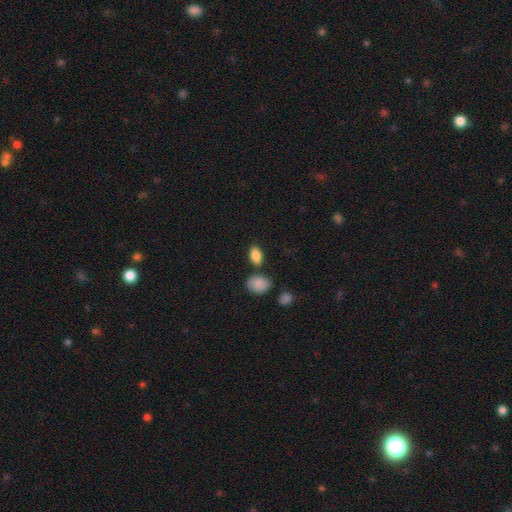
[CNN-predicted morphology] A smooth galaxy with no disk features (87%) that is in between round and cigar-shaped (90%).

Vote fractions:
- Smooth or featured? smooth: 87% / star or artifact: 8% / featured or disk: 5%
- How rounded? in between: 90% / round: 8% / cigar-shaped: 2%
- Merging? none: 75% / minor disturbance: 13% / merger: 9% / major disturbance: 3%